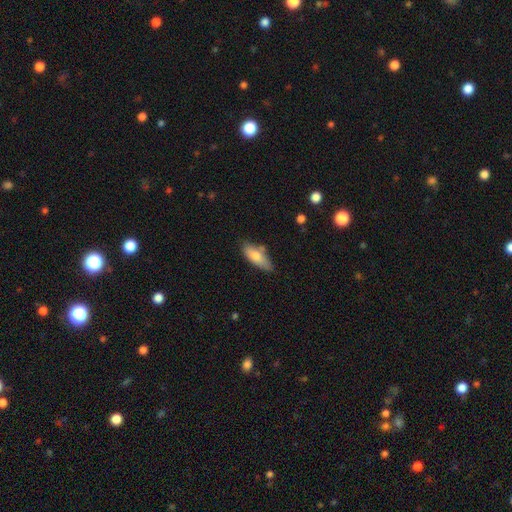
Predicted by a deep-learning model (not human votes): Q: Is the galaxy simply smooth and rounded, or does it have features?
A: smooth — 75%.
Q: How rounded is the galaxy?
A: in between — 68%.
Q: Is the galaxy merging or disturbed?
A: none — 69%.